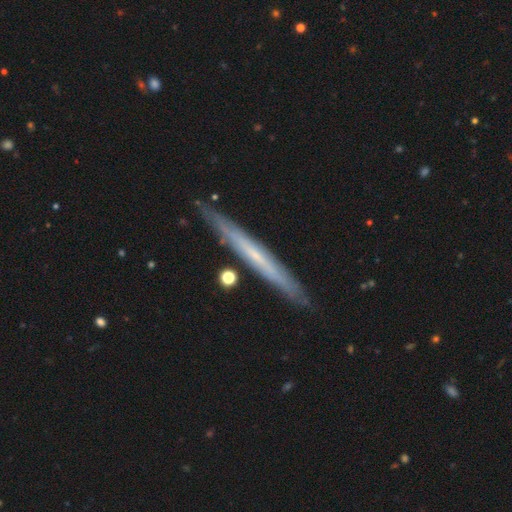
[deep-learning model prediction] A featured or disk galaxy (61%) viewed edge-on (92%) with no central bulge (79%).

Vote fractions:
- Smooth or featured? featured or disk: 61% / smooth: 33% / star or artifact: 6%
- Edge-on disk? yes: 92% / no: 8%
- Edge-on bulge? none: 79% / rounded: 17% / boxy: 3%
- Merging? none: 87% / minor disturbance: 10% / merger: 2% / major disturbance: 2%